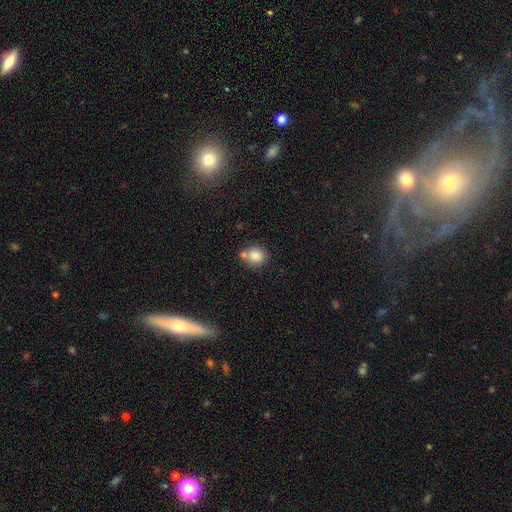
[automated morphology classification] Overall: smooth (83%). How rounded: round (81%). Merging: none (62%; merger 23%).